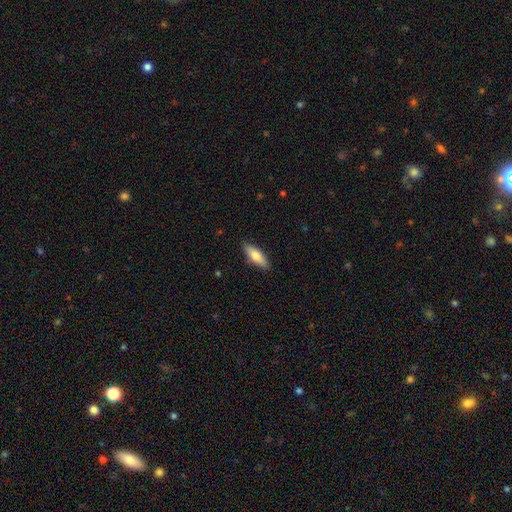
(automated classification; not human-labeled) smooth-or-featured: smooth: 73% | featured or disk: 21% | star or artifact: 6%
  how-rounded: in between: 57% | cigar-shaped: 41% | round: 2%
  merging: none: 87% | minor disturbance: 10% | major disturbance: 2% | merger: 1%